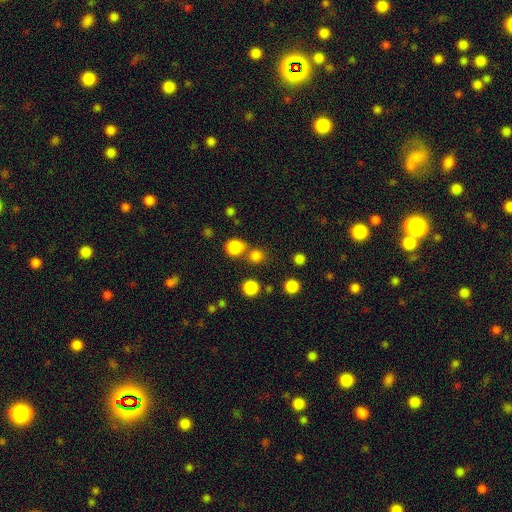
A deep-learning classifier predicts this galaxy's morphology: A smooth galaxy with no disk features (80%) that is round (86%).

Vote fractions:
- Smooth or featured? smooth: 80% / star or artifact: 16% / featured or disk: 5%
- How rounded? round: 86% / in between: 13% / cigar-shaped: 1%
- Merging? none: 67% / merger: 22% / minor disturbance: 7% / major disturbance: 3%